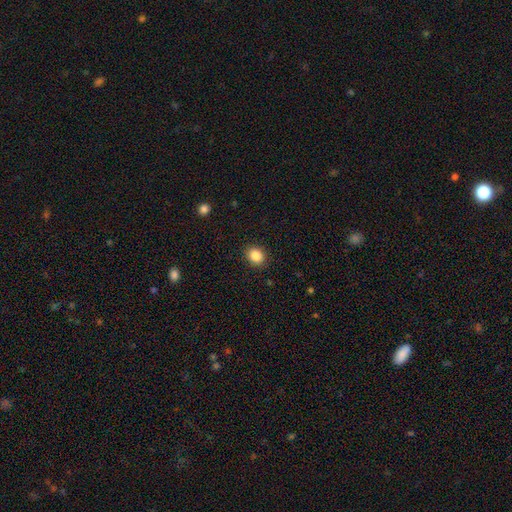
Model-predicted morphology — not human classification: A smooth galaxy with no disk features (87%) that is round (63%).

Vote fractions:
- Smooth or featured? smooth: 87% / star or artifact: 9% / featured or disk: 4%
- How rounded? round: 63% / in between: 36% / cigar-shaped: 1%
- Merging? none: 90% / minor disturbance: 7% / major disturbance: 2% / merger: 1%